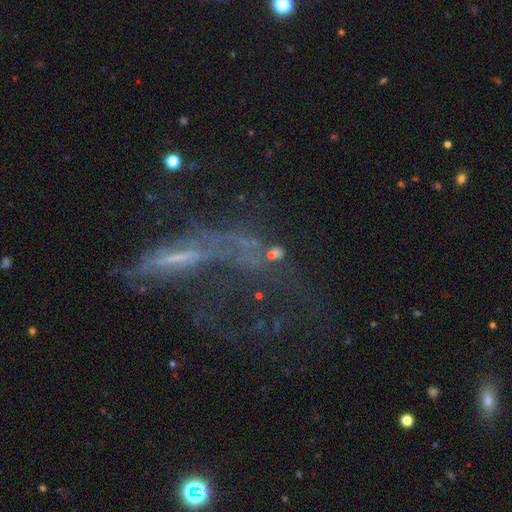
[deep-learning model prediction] featured or disk 55%, star or artifact 24%, smooth 22%. Down the decision tree: edge-on disk — no (75%); merging — major disturbance (50%).